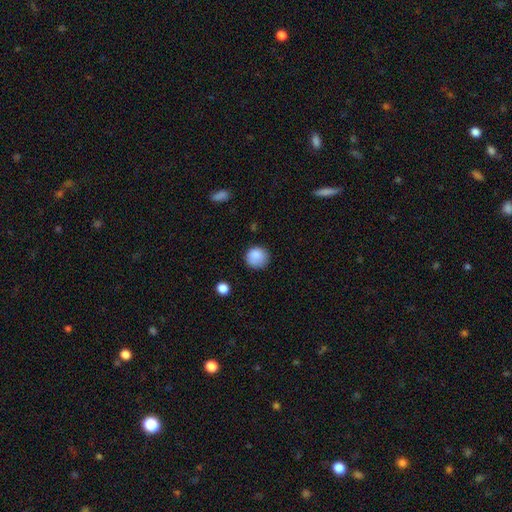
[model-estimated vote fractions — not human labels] The model was most divided on "merging": none: 80%, minor disturbance: 15%, major disturbance: 4%, merger: 2%. More confident: how rounded — round (90%); smooth or featured — smooth (86%).